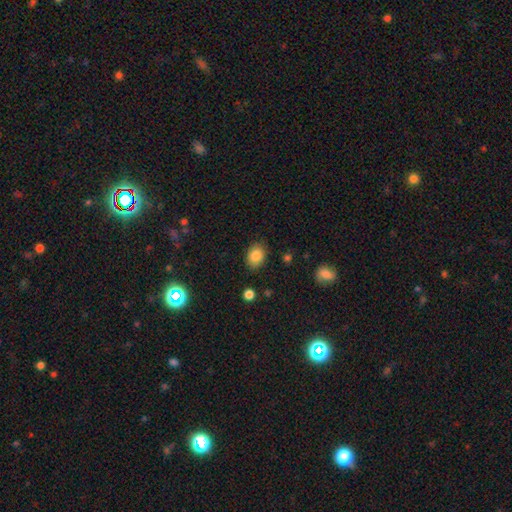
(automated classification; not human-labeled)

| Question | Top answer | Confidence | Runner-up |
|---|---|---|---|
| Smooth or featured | smooth | 85% | star or artifact (9%) |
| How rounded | in between | 65% | round (34%) |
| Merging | none | 85% | minor disturbance (11%) |